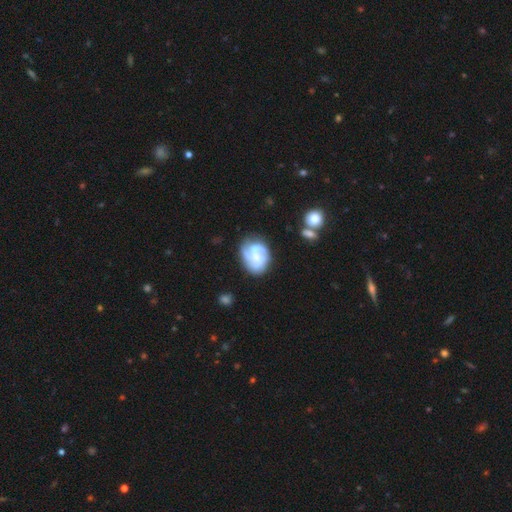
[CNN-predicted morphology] Smooth or featured? Predicted: featured or disk (p=0.74). Edge-on disk? Predicted: no (p=0.98). Bar? Predicted: no (p=0.53). Spiral arms? Predicted: yes (p=0.91). Spiral winding? Predicted: medium (p=0.45). Spiral arm count? Predicted: 2 (p=0.38). Bulge size? Predicted: small (p=0.45). Merging? Predicted: none (p=0.62).